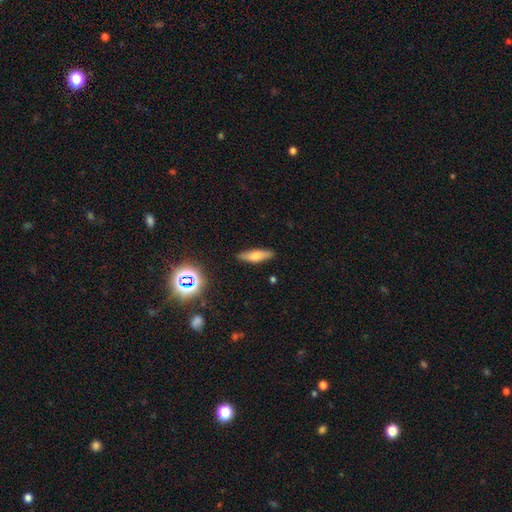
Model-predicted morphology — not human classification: This appears to be a smooth galaxy with no disk features (62%) that is cigar-shaped (57%). Merging: none (87%).